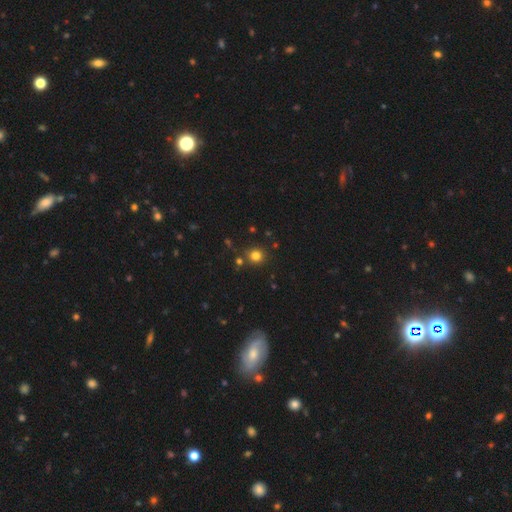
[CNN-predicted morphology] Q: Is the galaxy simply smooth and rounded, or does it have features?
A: smooth — 79%.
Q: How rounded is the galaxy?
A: round — 90%.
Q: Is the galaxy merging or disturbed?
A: none — 83%.